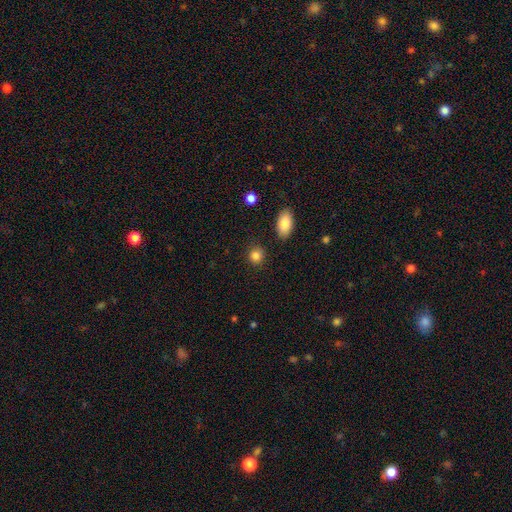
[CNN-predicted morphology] This appears to be a smooth galaxy with no disk features (85%) that is round (80%). Merging: none (87%).